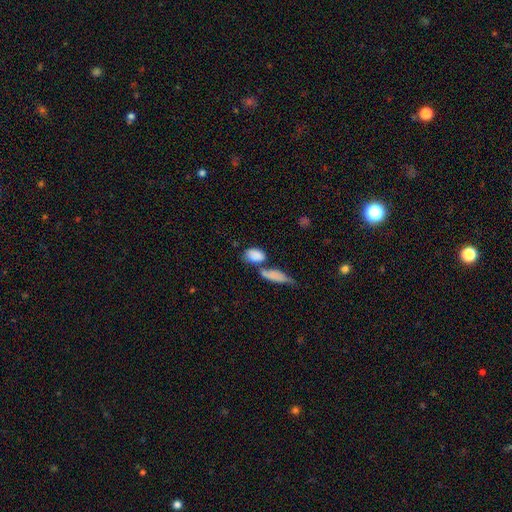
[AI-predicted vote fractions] smooth 83%, featured or disk 10%, star or artifact 7%. Down the decision tree: how rounded — in between (85%); merging — merger (45%).